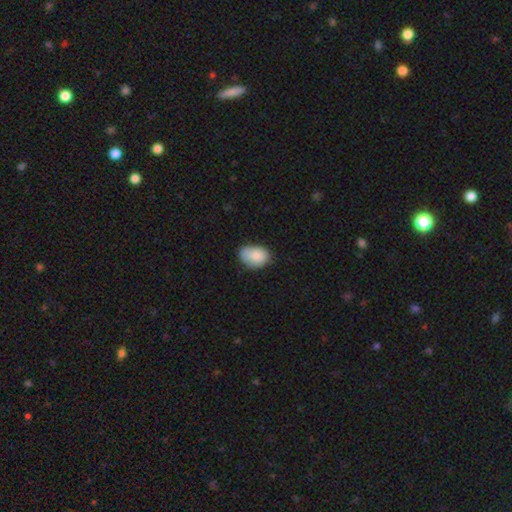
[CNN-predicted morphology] Smooth or featured? smooth (86%)
How rounded? in between (81%)
Merging? none (64%)